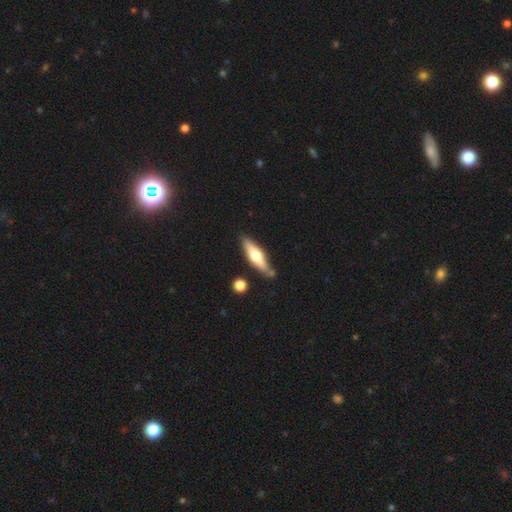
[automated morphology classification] Smooth or featured?
  - featured or disk: 53% *
  - smooth: 42%
  - star or artifact: 6%
Edge-on disk?
  - yes: 91% *
  - no: 9%
Merging?
  - none: 78% *
  - minor disturbance: 13%
  - merger: 6%
  - major disturbance: 3%